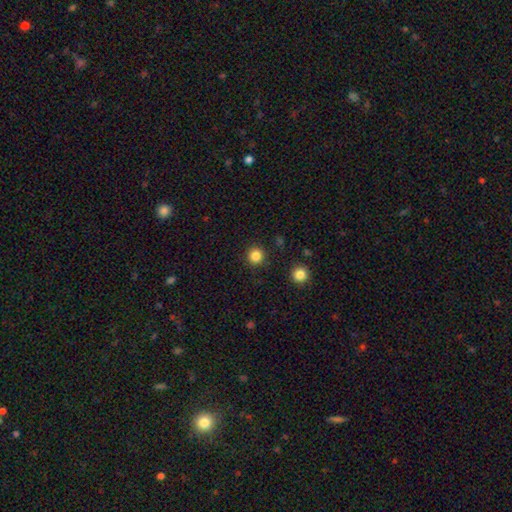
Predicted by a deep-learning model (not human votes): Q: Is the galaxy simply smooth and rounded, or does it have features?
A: smooth — 84%.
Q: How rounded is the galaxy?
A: round — 95%.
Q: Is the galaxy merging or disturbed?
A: none — 91%.